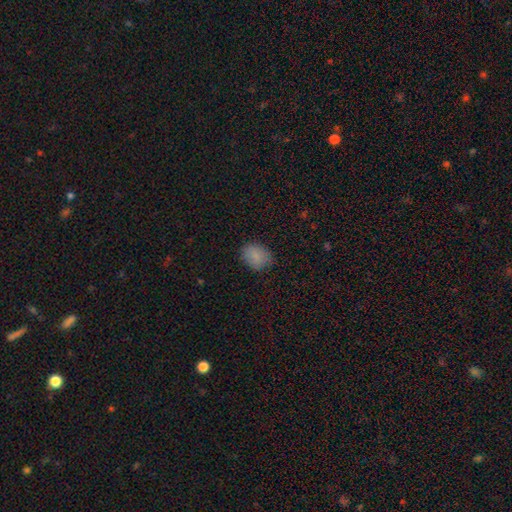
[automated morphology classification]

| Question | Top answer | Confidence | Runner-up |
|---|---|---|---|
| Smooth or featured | smooth | 85% | star or artifact (9%) |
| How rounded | in between | 58% | round (41%) |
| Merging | none | 80% | minor disturbance (16%) |